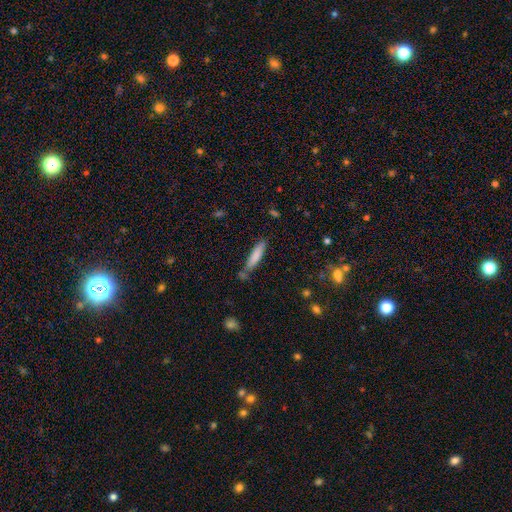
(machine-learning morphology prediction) Q: Smooth or featured?
A: smooth (81%); runner-up: featured or disk (13%)
Q: How rounded?
A: cigar-shaped (86%); runner-up: in between (13%)
Q: Merging?
A: none (72%); runner-up: minor disturbance (17%)